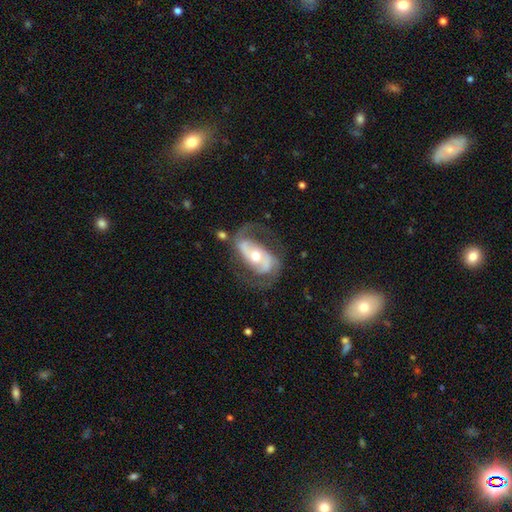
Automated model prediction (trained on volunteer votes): Smooth or featured? featured or disk (84%)
Edge-on disk? no (95%)
Bar? no (37%)
Spiral arms? yes (92%)
Spiral winding? medium (46%)
Spiral arm count? 2 (85%)
Bulge size? moderate (65%)
Merging? none (63%)